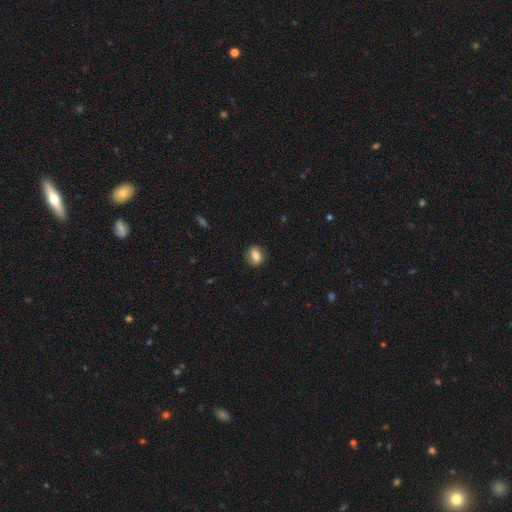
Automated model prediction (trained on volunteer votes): Smooth or featured: smooth — 68% (featured or disk — 23%)
How rounded: in between — 51% (round — 46%)
Merging: none — 84% (minor disturbance — 11%)